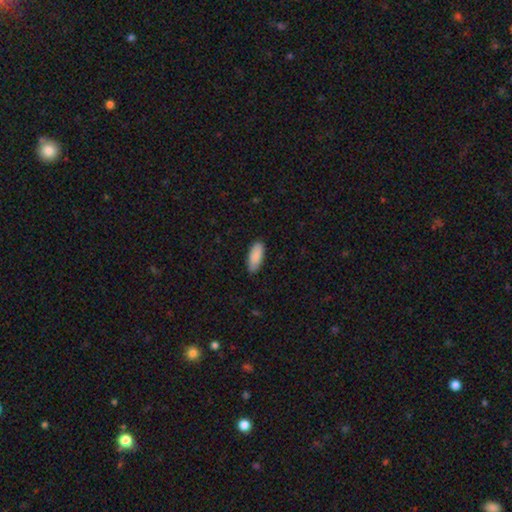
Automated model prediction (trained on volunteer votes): Q: Smooth or featured?
A: smooth (90%); runner-up: star or artifact (6%)
Q: How rounded?
A: in between (80%); runner-up: cigar-shaped (18%)
Q: Merging?
A: none (87%); runner-up: minor disturbance (10%)